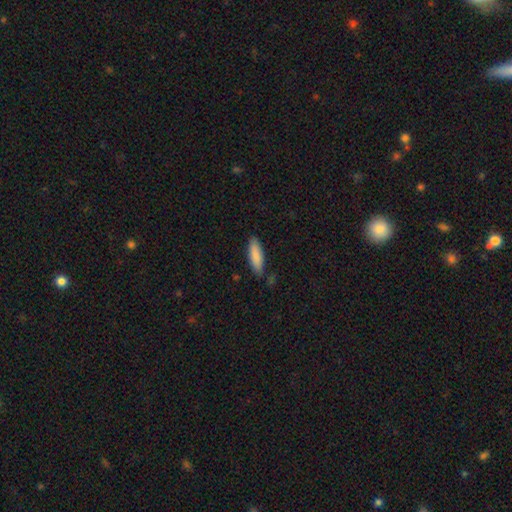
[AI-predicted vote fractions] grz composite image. It shows a smooth galaxy with no disk features (87%) that is cigar-shaped (51%). Merging: none (82%).